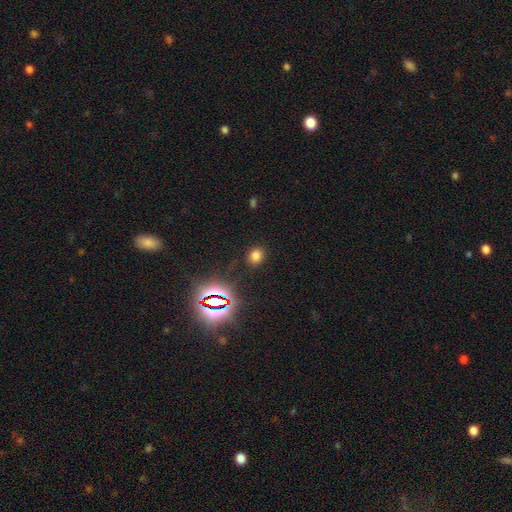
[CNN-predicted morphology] smooth_or_featured: smooth (p=0.69) [alt: star or artifact p=0.24]
how_rounded: round (p=0.59) [alt: in between p=0.40]
merging: none (p=0.85) [alt: minor disturbance p=0.10]